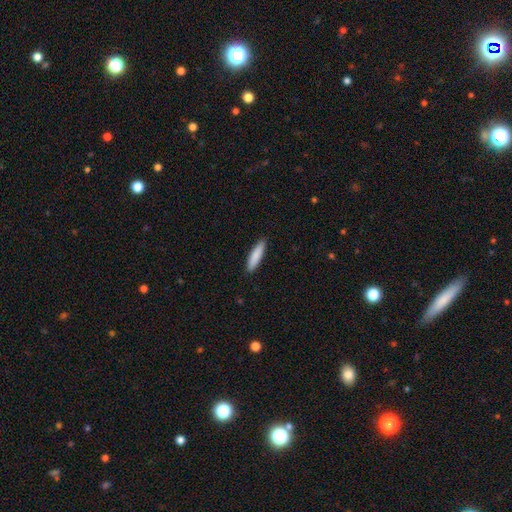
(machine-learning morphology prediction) Smooth or featured?
  - smooth: 86% *
  - featured or disk: 9%
  - star or artifact: 5%
How rounded?
  - cigar-shaped: 78% *
  - in between: 21%
  - round: 1%
Merging?
  - none: 91% *
  - minor disturbance: 7%
  - major disturbance: 1%
  - merger: 1%